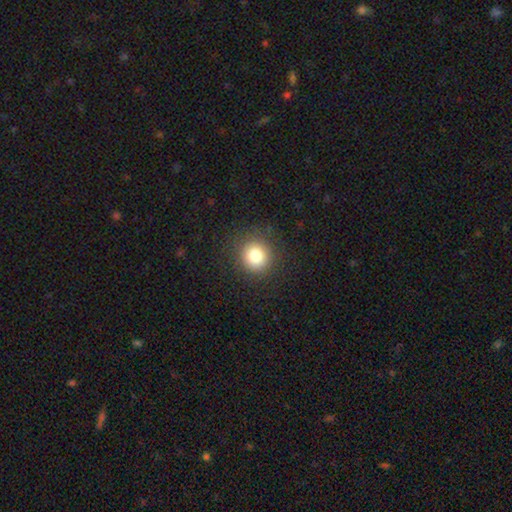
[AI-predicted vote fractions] smooth_or_featured: smooth (p=0.82) [alt: star or artifact p=0.11]
how_rounded: round (p=0.92) [alt: in between p=0.07]
merging: none (p=0.89) [alt: minor disturbance p=0.07]